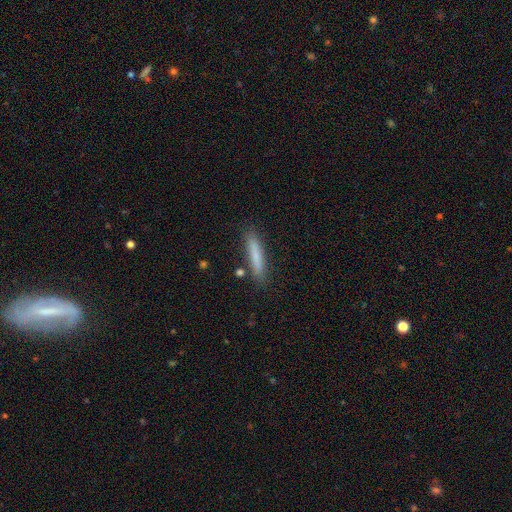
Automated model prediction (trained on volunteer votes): The model was most divided on "smooth or featured": smooth: 78%, featured or disk: 15%, star or artifact: 7%. More confident: how rounded — cigar-shaped (90%); merging — none (84%).